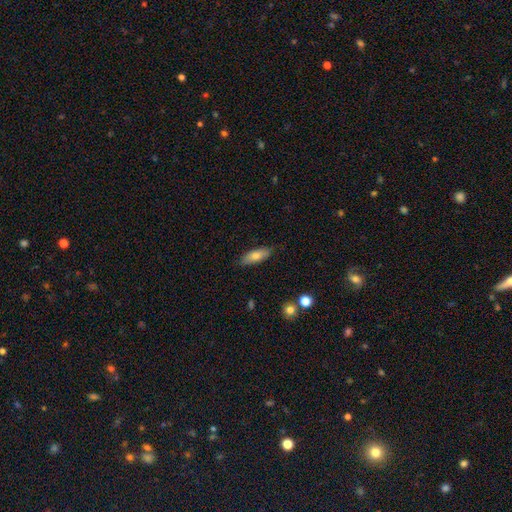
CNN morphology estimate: Overall: smooth (75%). How rounded: in between (69%; cigar-shaped 29%). Merging: none (81%).